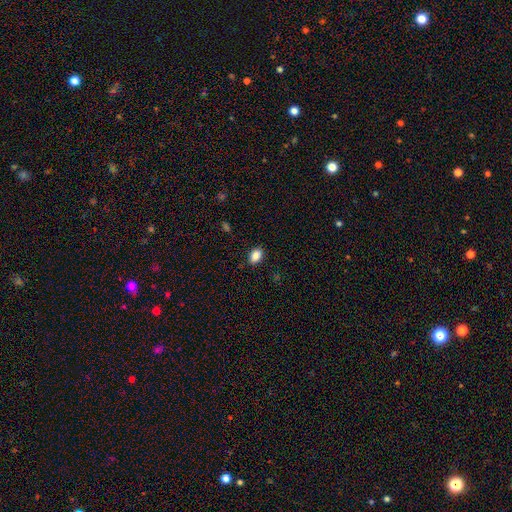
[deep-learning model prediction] smooth 87%, star or artifact 9%, featured or disk 4%. Down the decision tree: how rounded — in between (85%); merging — none (86%).